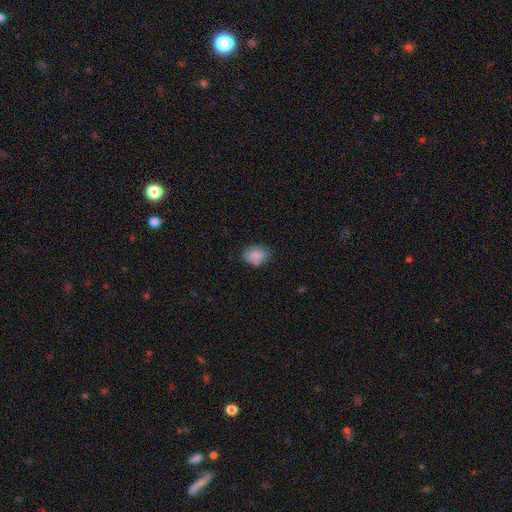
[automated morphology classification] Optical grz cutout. It shows a smooth galaxy with no disk features (85%) that is in between round and cigar-shaped (60%). Merging: none (72%).